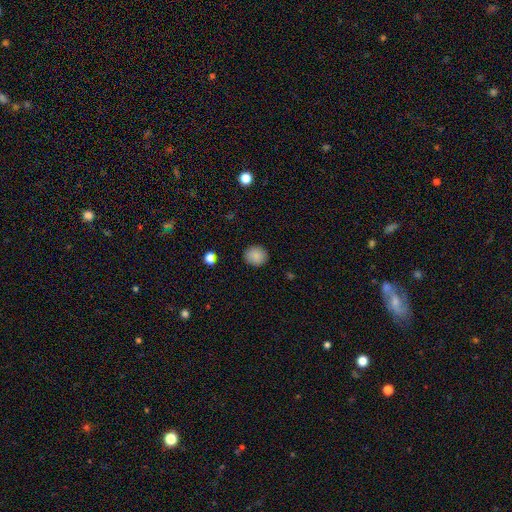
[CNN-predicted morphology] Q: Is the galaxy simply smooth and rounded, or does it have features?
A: smooth — 87%.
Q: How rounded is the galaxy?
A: round — 84%.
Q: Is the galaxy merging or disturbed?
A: none — 90%.